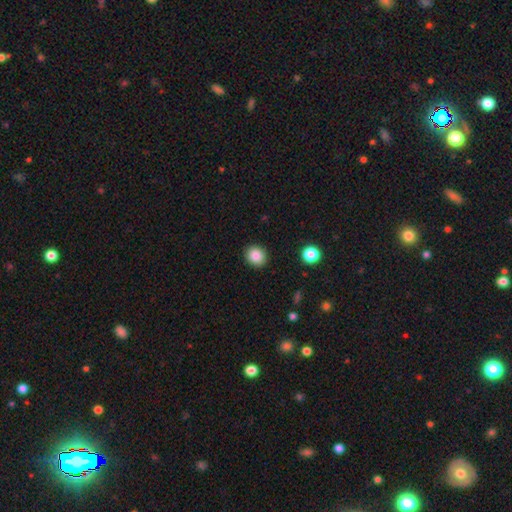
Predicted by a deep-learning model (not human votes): This appears to be a smooth galaxy with no disk features (86%) that is round (77%). Merging: none (90%).